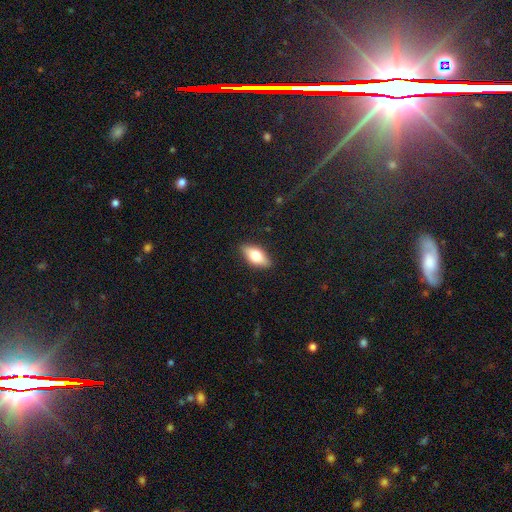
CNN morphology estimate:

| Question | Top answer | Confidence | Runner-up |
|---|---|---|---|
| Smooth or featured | smooth | 68% | featured or disk (25%) |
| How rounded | in between | 85% | cigar-shaped (11%) |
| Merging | none | 87% | minor disturbance (10%) |